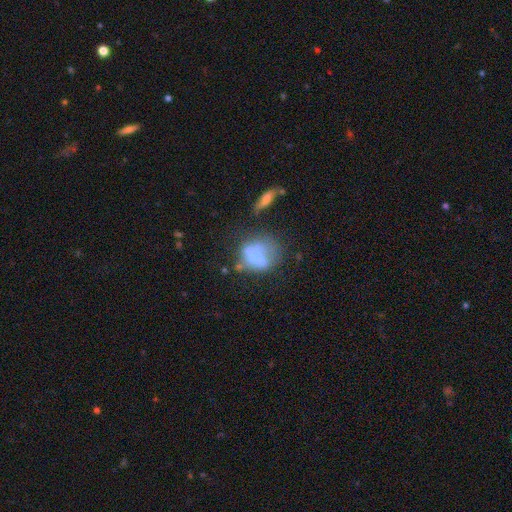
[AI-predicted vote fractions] This appears to be a smooth galaxy with no disk features (49%). Merging: none (33%).